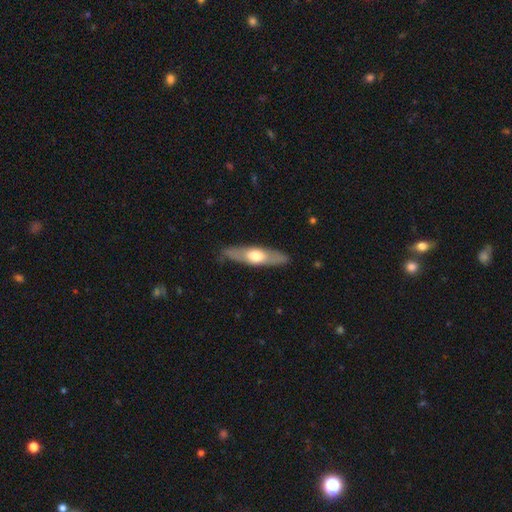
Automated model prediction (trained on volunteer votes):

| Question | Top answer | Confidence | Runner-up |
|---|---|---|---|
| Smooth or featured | featured or disk | 49% | smooth (46%) |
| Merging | none | 83% | minor disturbance (13%) |